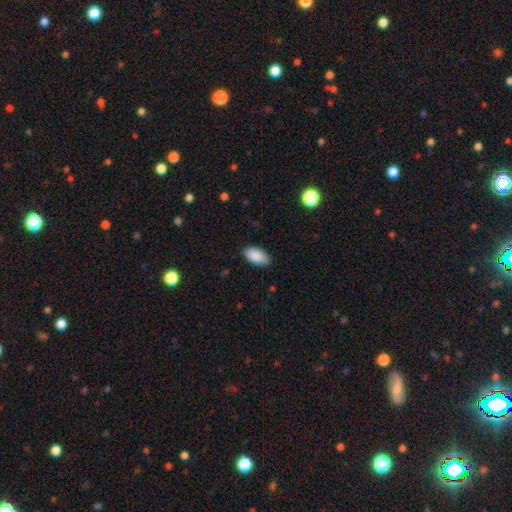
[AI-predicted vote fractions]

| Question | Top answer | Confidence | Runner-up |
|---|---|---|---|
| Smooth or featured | smooth | 89% | star or artifact (7%) |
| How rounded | in between | 95% | round (3%) |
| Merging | none | 83% | minor disturbance (13%) |